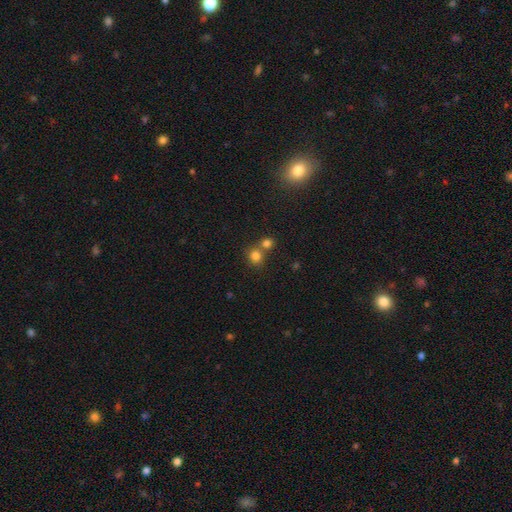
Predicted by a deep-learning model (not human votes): The model was most divided on "merging": none: 50%, merger: 41%, minor disturbance: 7%, major disturbance: 3%. More confident: how rounded — round (83%); smooth or featured — smooth (79%).